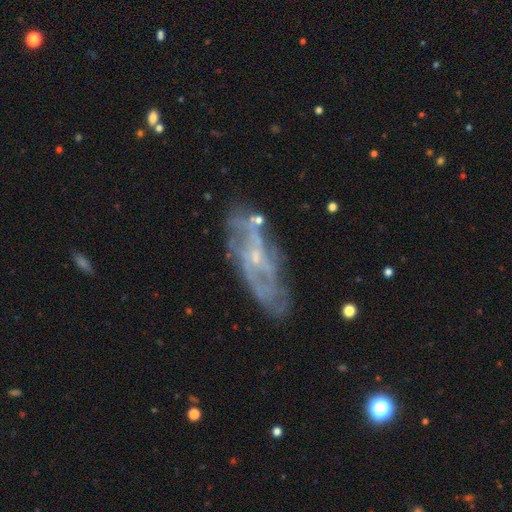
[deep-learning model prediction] The model was most divided on "spiral winding": medium: 40%, tight: 37%, loose: 23%. Remaining: edge-on disk — no (85%); smooth or featured — featured or disk (78%); spiral arms — yes (77%); bulge size — small (76%); merging — none (70%); bar — no (60%); spiral arm count — can't tell (49%).